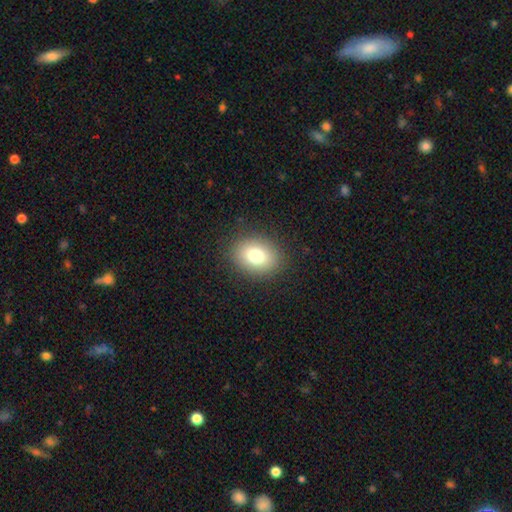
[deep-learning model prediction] Smooth or featured? Predicted: smooth (p=0.79). How rounded? Predicted: in between (p=0.64). Merging? Predicted: none (p=0.87).